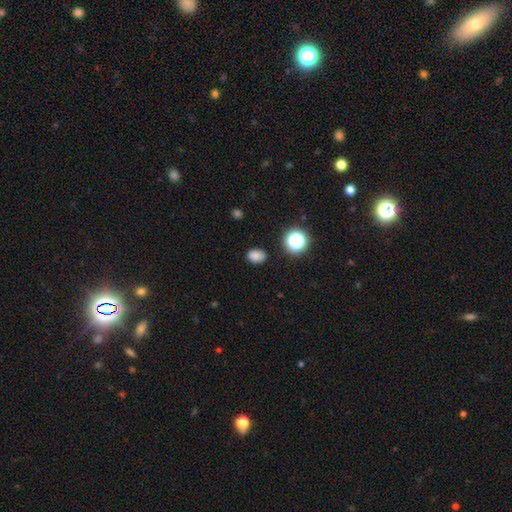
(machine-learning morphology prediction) smooth 81%, star or artifact 15%, featured or disk 4%. Down the decision tree: how rounded — in between (65%); merging — none (84%).